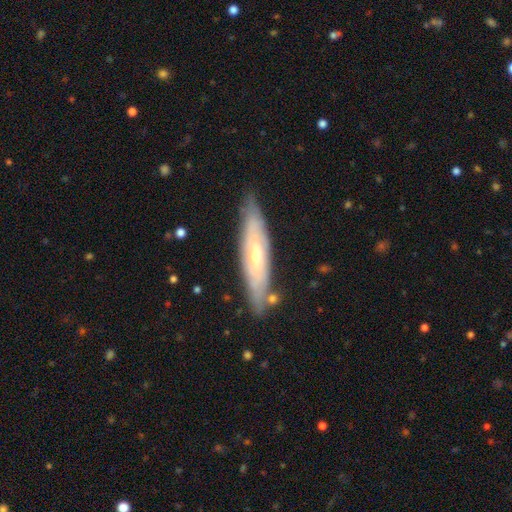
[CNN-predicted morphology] The model was most divided on "edge-on disk": yes: 53%, no: 47%. More confident: merging — none (80%); smooth or featured — featured or disk (64%).